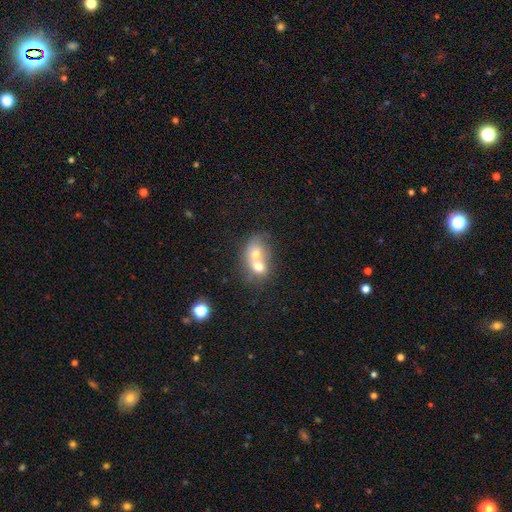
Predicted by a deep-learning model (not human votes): smooth_or_featured: smooth (p=0.60) [alt: featured or disk p=0.29]
how_rounded: in between (p=0.50) [alt: round p=0.49]
merging: merger (p=0.74) [alt: none p=0.17]